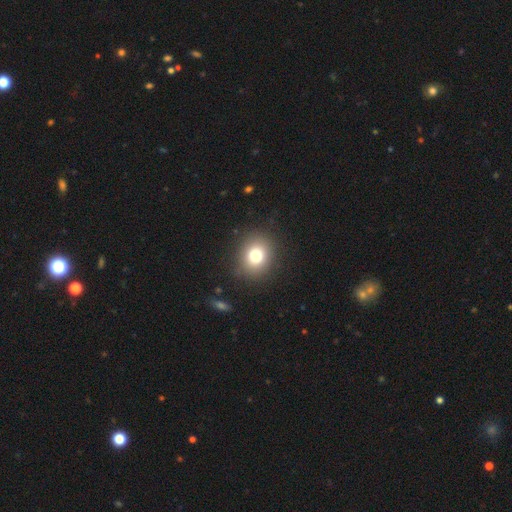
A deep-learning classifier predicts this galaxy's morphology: Q: Smooth or featured?
A: smooth (77%); runner-up: star or artifact (13%)
Q: How rounded?
A: round (69%); runner-up: in between (30%)
Q: Merging?
A: none (88%); runner-up: minor disturbance (8%)